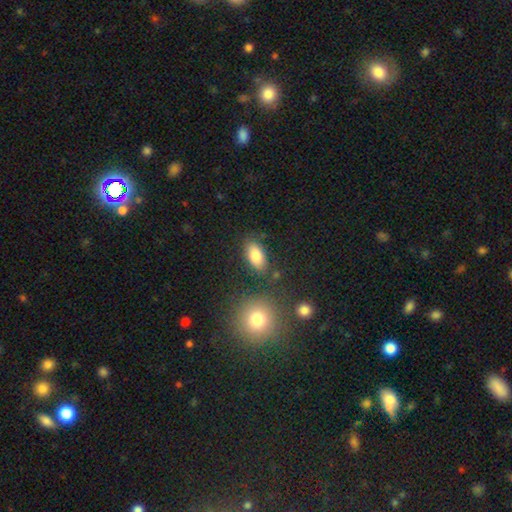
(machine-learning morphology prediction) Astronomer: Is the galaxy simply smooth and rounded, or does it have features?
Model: smooth — 84%.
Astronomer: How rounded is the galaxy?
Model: in between — 90%.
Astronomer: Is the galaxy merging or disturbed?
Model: none — 78%.